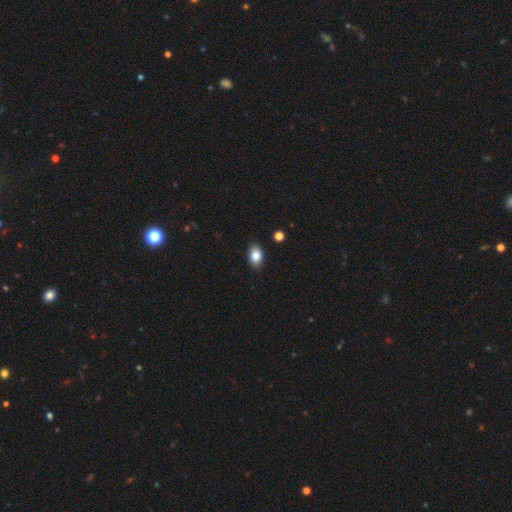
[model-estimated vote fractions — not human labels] A smooth galaxy with no disk features (84%) that is in between round and cigar-shaped (86%).

Vote fractions:
- Smooth or featured? smooth: 84% / star or artifact: 8% / featured or disk: 8%
- How rounded? in between: 86% / round: 12% / cigar-shaped: 1%
- Merging? none: 88% / minor disturbance: 8% / major disturbance: 2% / merger: 1%